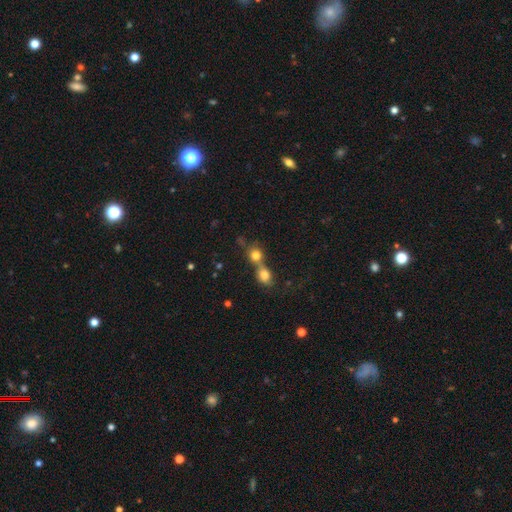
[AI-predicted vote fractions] Smooth or featured? smooth (78%)
How rounded? round (78%)
Merging? merger (61%)